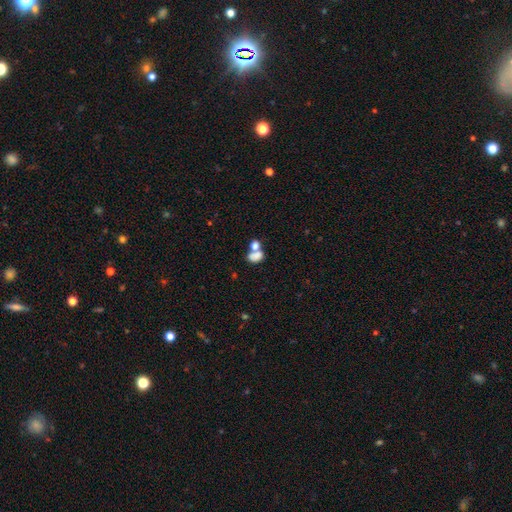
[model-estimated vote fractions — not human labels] This appears to be a smooth galaxy with no disk features (76%) that is in between round and cigar-shaped (74%). Merging: merger (60%).